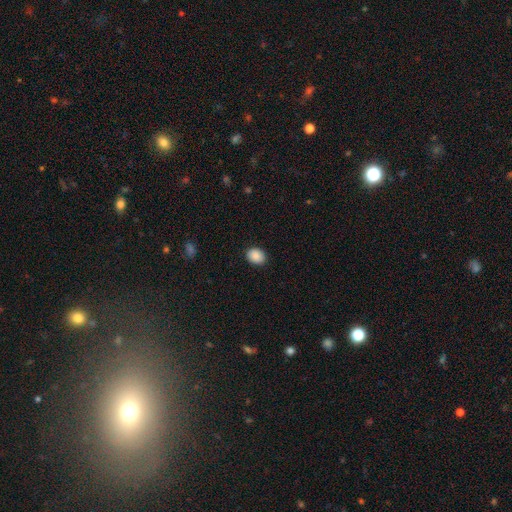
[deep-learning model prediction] This is clearly a smooth galaxy (88%). How rounded: likely in between (62%). Merging: clearly none (89%).